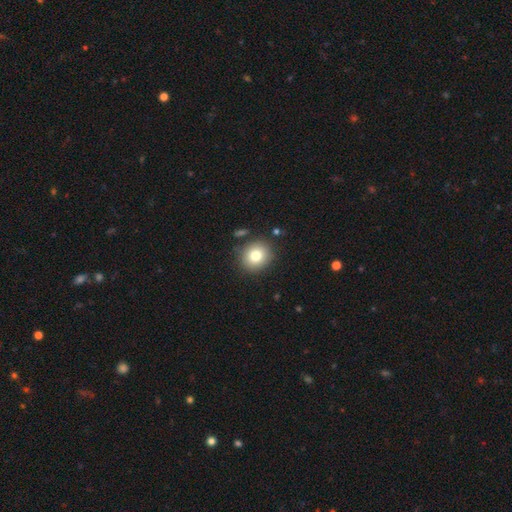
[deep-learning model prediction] Smooth or featured? smooth (79%)
How rounded? round (79%)
Merging? none (85%)